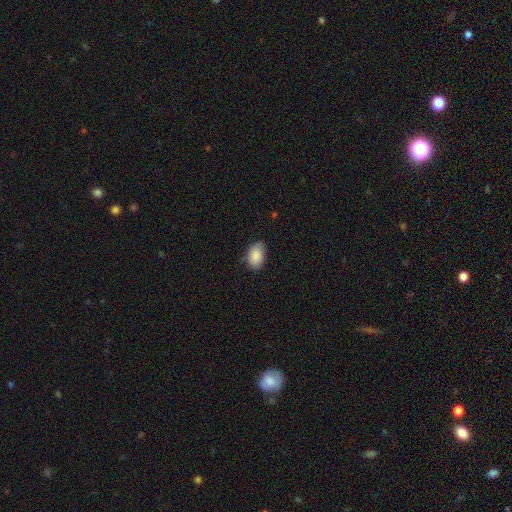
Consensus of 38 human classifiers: Overall: smooth (89%). How rounded: in between (82%). Merging: none (76%).